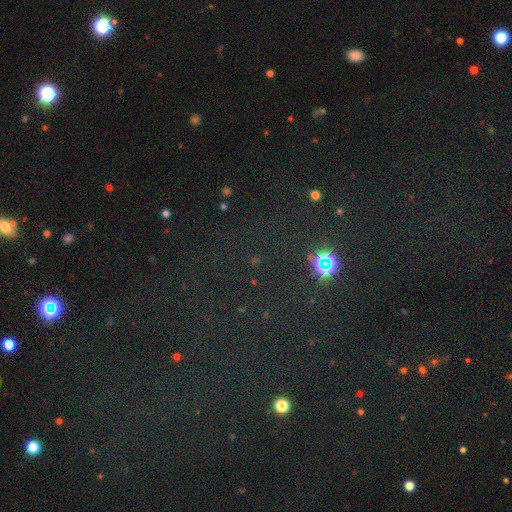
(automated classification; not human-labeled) smooth_or_featured: star or artifact (p=0.73) [alt: smooth p=0.19]